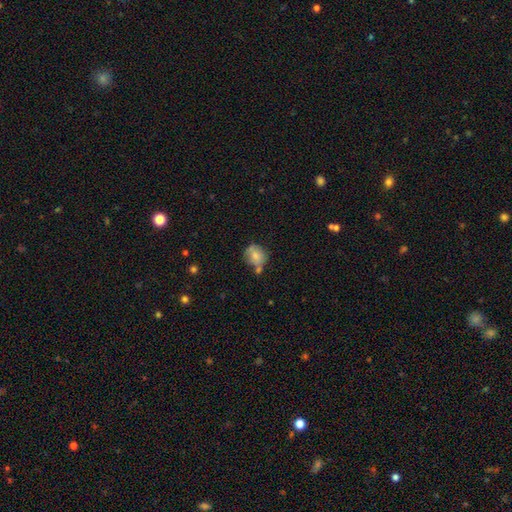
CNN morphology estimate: Q: Smooth or featured?
A: smooth (73%); runner-up: featured or disk (18%)
Q: How rounded?
A: round (65%); runner-up: in between (34%)
Q: Merging?
A: none (50%); runner-up: minor disturbance (24%)